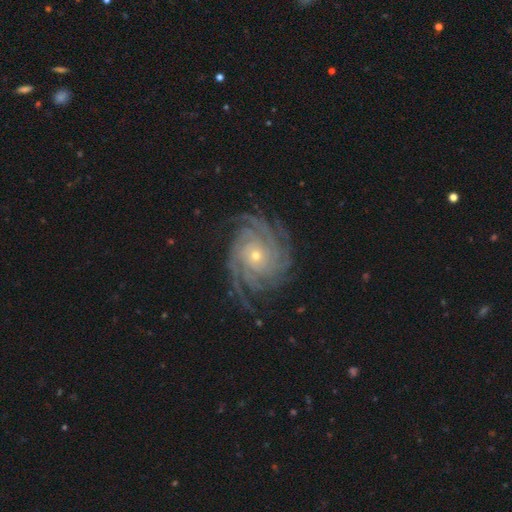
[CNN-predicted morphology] Smooth or featured? Predicted: featured or disk (p=0.91). Edge-on disk? Predicted: no (p=0.98). Bar? Predicted: no (p=0.80). Spiral arms? Predicted: yes (p=0.98). Spiral winding? Predicted: tight (p=0.77). Spiral arm count? Predicted: more than 4 (p=0.31). Bulge size? Predicted: small (p=0.73). Merging? Predicted: none (p=0.79).